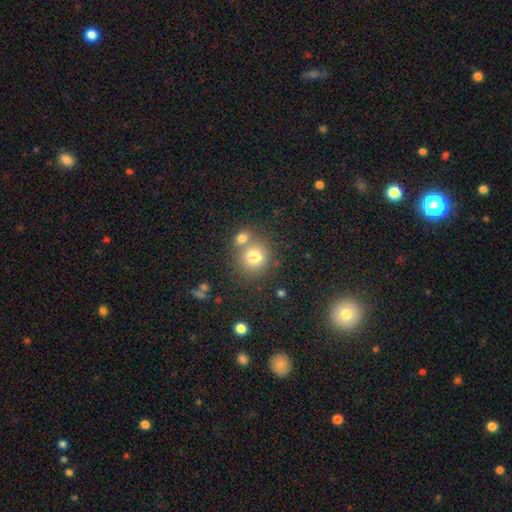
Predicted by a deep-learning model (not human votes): This is likely a smooth galaxy (77%). How rounded: clearly round (85%). Merging: possibly none (57%).